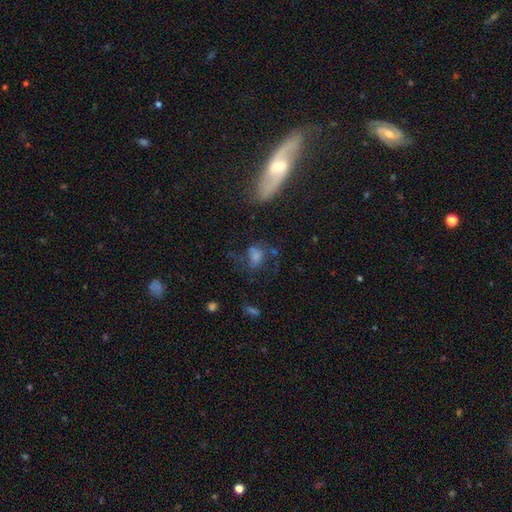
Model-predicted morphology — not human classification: This appears to be a smooth galaxy with no disk features (50%) that is in between round and cigar-shaped (62%). Merging: none (39%).